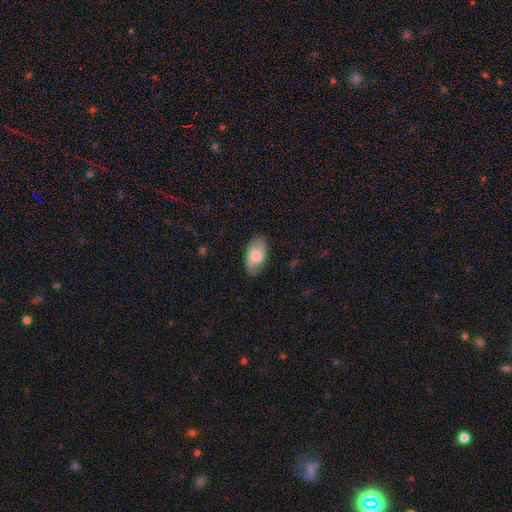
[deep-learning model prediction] Smooth or featured? smooth (63%)
How rounded? in between (93%)
Merging? none (76%)